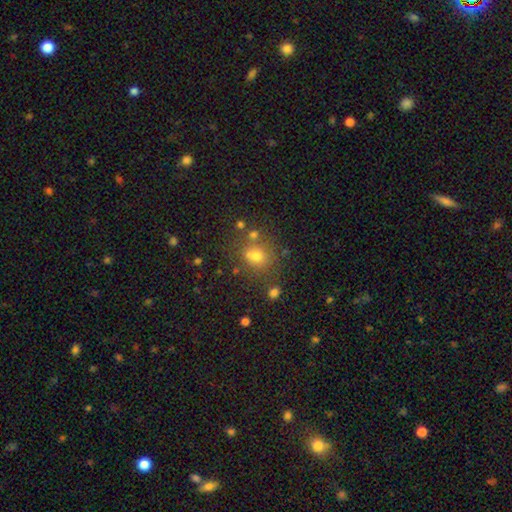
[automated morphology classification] Smooth or featured: smooth — 68% (star or artifact — 19%)
How rounded: round — 75% (in between — 24%)
Merging: none — 63% (merger — 18%)